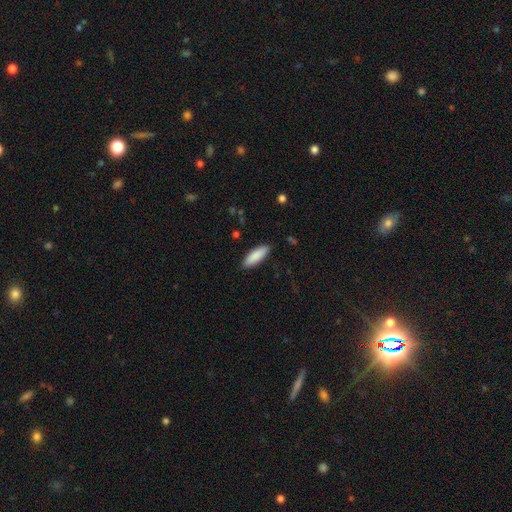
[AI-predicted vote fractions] This appears to be a smooth galaxy with no disk features (88%) that is in between round and cigar-shaped (58%). Merging: none (88%).